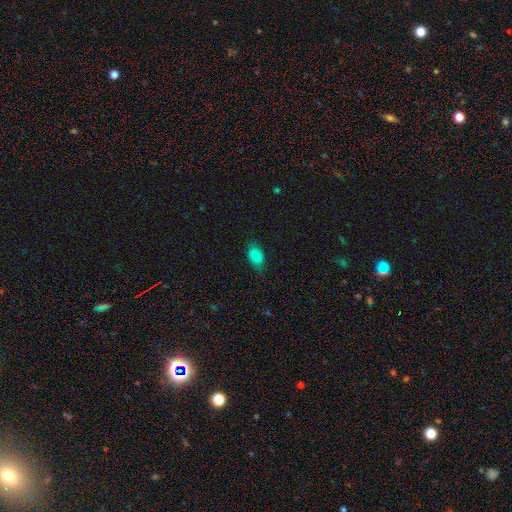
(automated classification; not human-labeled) This is clearly a smooth galaxy (84%). How rounded: clearly in between (91%). Merging: likely none (76%).